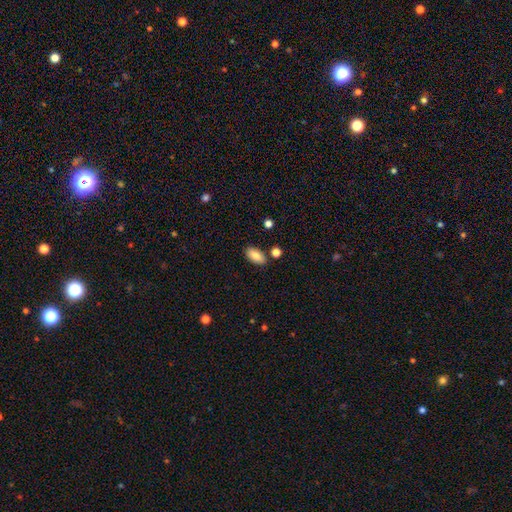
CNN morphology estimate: Q: Smooth or featured?
A: smooth (85%); runner-up: featured or disk (8%)
Q: How rounded?
A: in between (93%); runner-up: cigar-shaped (4%)
Q: Merging?
A: none (84%); runner-up: minor disturbance (10%)